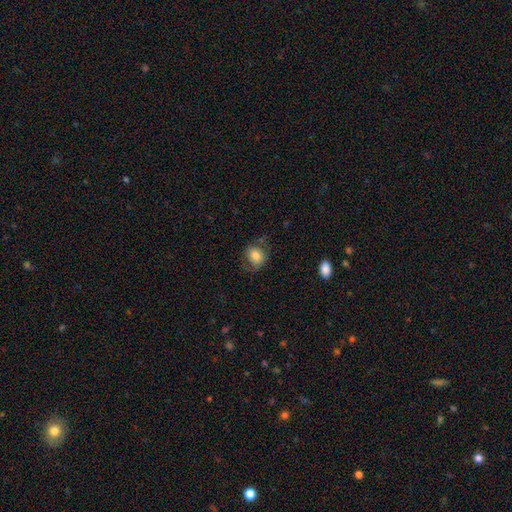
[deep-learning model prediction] smooth 75%, featured or disk 17%, star or artifact 9%. Down the decision tree: how rounded — round (61%); merging — none (63%).